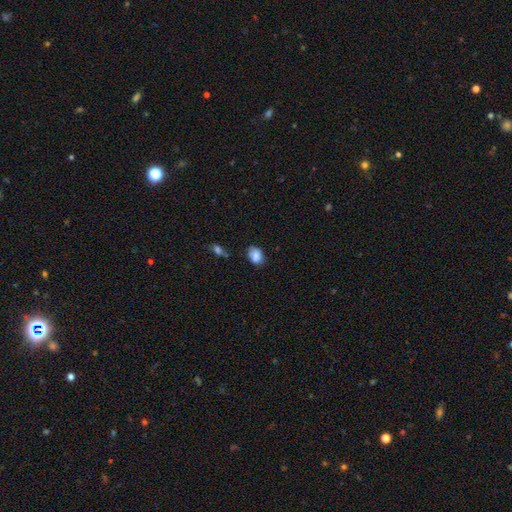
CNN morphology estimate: This is clearly a smooth galaxy (85%). How rounded: likely in between (75%). Merging: likely none (69%).